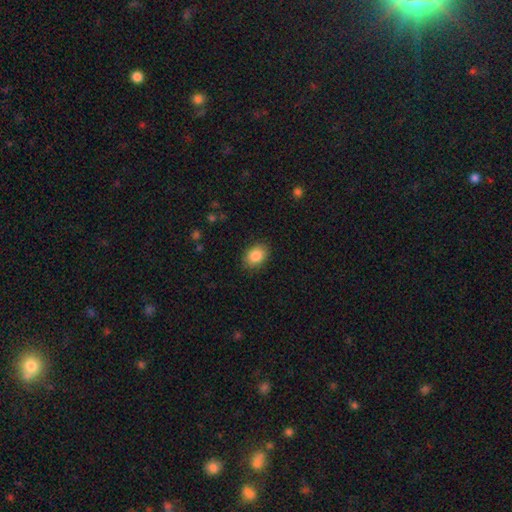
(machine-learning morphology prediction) Smooth or featured: smooth — 87% (star or artifact — 8%)
How rounded: in between — 73% (round — 26%)
Merging: none — 88% (minor disturbance — 9%)